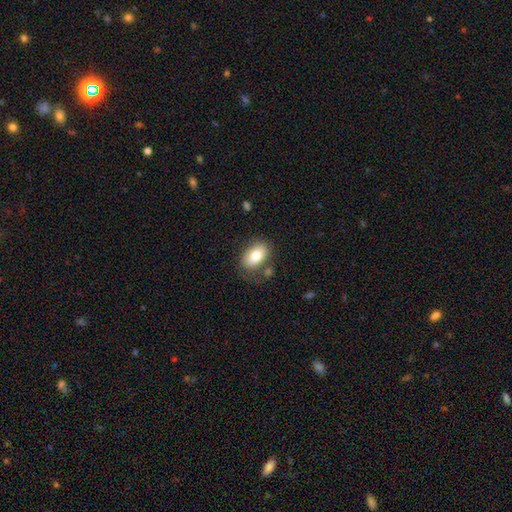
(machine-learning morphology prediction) Q: Smooth or featured?
A: smooth (80%); runner-up: featured or disk (13%)
Q: How rounded?
A: in between (89%); runner-up: round (9%)
Q: Merging?
A: none (72%); runner-up: minor disturbance (17%)